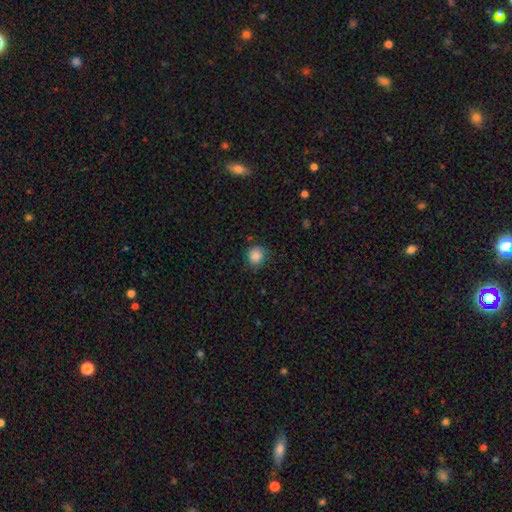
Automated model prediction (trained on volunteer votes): Morphology: type=smooth (85%); roundness=round (79%); merging=none (77%).